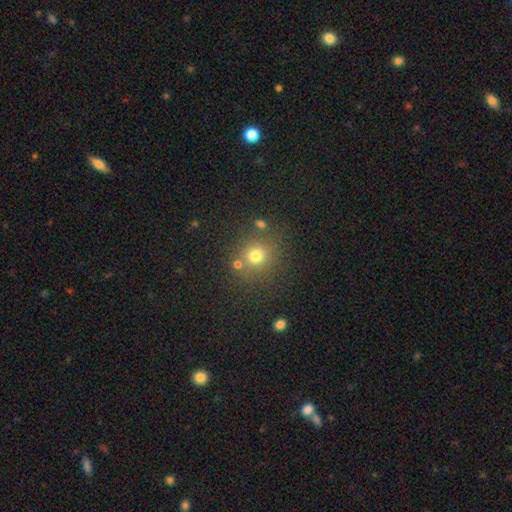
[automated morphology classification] The model was most divided on "smooth or featured": smooth: 73%, star or artifact: 19%, featured or disk: 8%. More confident: how rounded — round (88%); merging — none (76%).